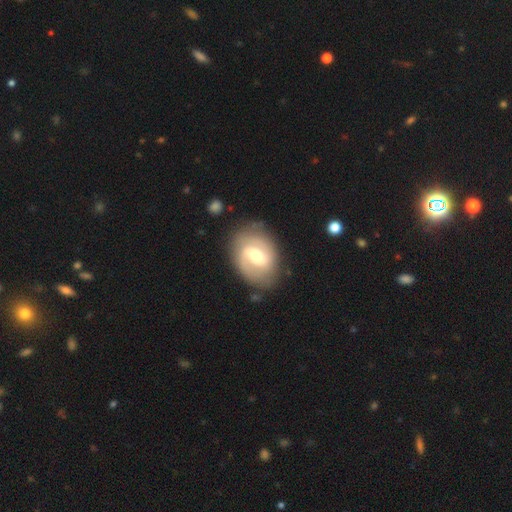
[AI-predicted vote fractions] Morphology: type=featured or disk (71%); edge-on=no (97%); bar=weak (54%); spiral arms=yes (85%); winding=medium (43%); arm count=2 (79%); bulge=moderate (62%); merging=none (77%).